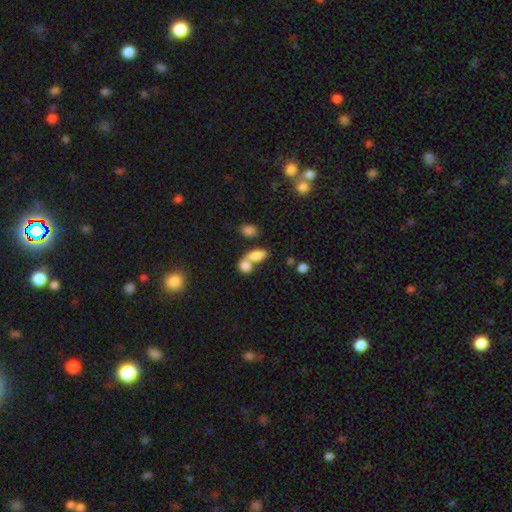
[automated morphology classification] Smooth or featured?
  - smooth: 80% *
  - featured or disk: 11%
  - star or artifact: 9%
How rounded?
  - in between: 83% *
  - round: 11%
  - cigar-shaped: 6%
Merging?
  - merger: 59% *
  - none: 28%
  - minor disturbance: 8%
  - major disturbance: 5%